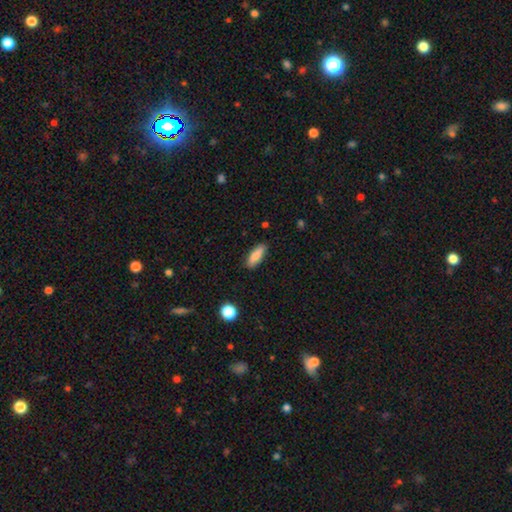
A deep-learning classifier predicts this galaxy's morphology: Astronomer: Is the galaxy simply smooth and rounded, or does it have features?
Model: smooth — 81%.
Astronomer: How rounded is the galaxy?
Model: in between — 57% (runner-up: cigar-shaped, 41%).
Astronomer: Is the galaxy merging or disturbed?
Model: none — 86%.